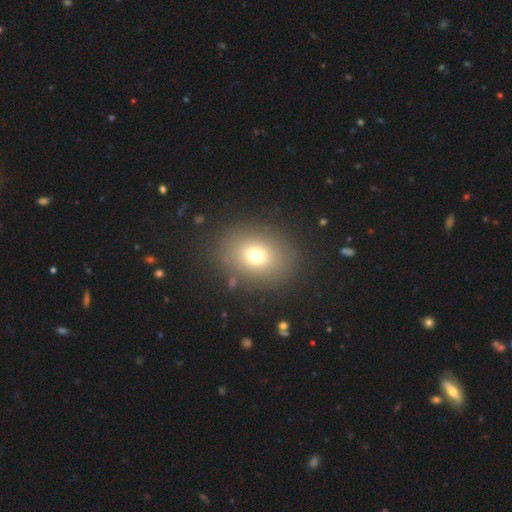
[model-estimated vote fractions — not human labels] The model was most divided on "how rounded": round: 50%, in between: 49%, cigar-shaped: 1%. More confident: merging — none (85%); smooth or featured — smooth (72%).